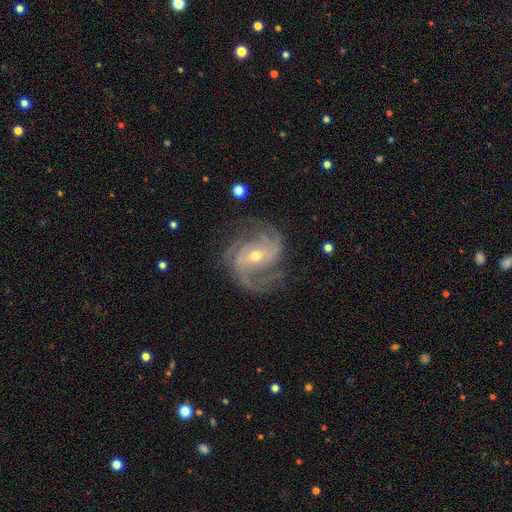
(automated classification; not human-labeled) Morphology: type=featured or disk (91%); edge-on=no (98%); bar=no (44%); spiral arms=yes (98%); winding=medium (49%); arm count=2 (33%); bulge=small (56%); merging=none (72%).